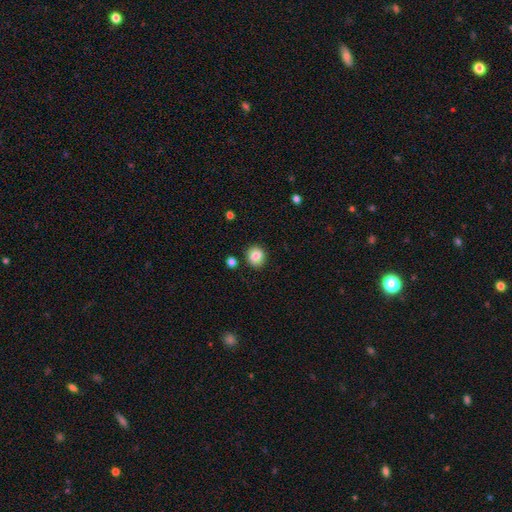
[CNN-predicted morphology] smooth-or-featured: smooth: 83% | star or artifact: 9% | featured or disk: 7%
  how-rounded: round: 86% | in between: 13% | cigar-shaped: 1%
  merging: none: 88% | minor disturbance: 7% | merger: 3% | major disturbance: 2%